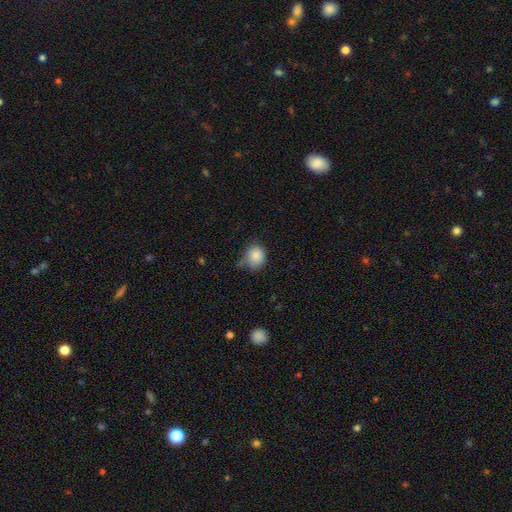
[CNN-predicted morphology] Smooth or featured? smooth (85%)
How rounded? round (79%)
Merging? none (61%)